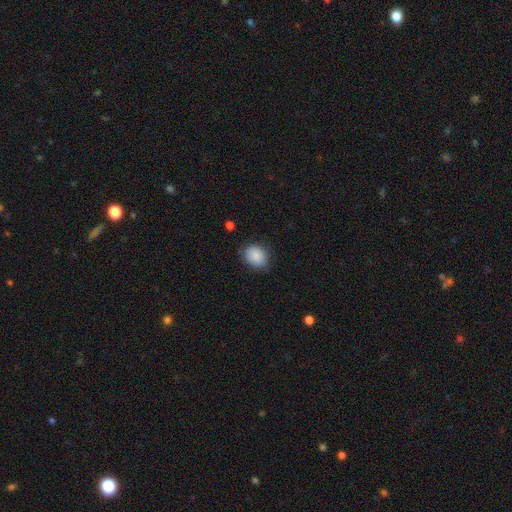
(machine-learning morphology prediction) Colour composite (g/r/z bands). It shows a smooth galaxy with no disk features (87%) that is in between round and cigar-shaped (52%). Merging: none (75%).